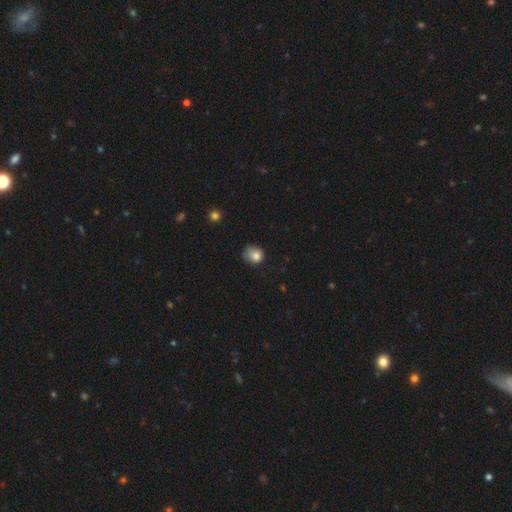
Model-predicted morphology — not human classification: This is likely a smooth galaxy (79%). How rounded: likely round (65%). Merging: marginally none (43%).